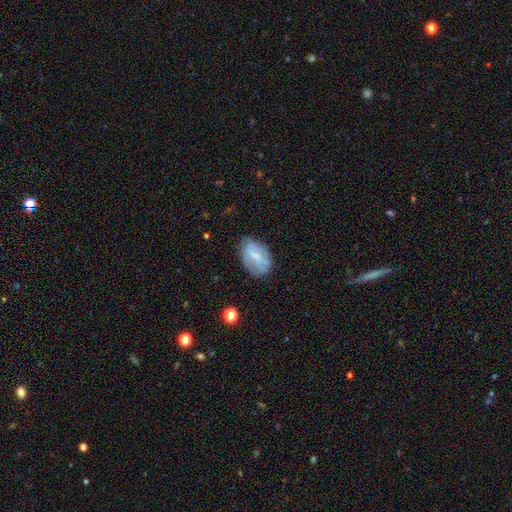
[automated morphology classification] This appears to be a smooth galaxy with no disk features (57%) that is in between round and cigar-shaped (88%). Merging: none (69%).